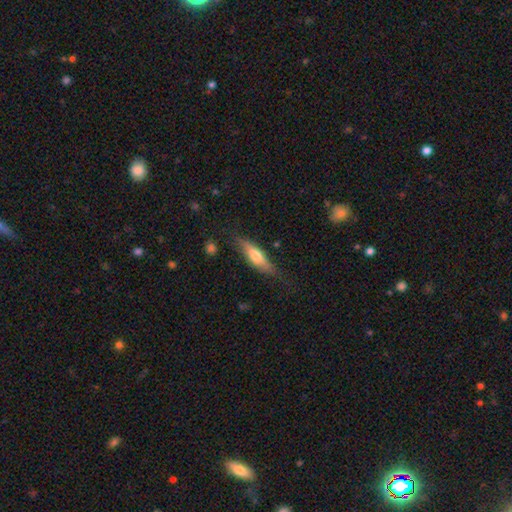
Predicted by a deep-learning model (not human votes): This is possibly a smooth galaxy (55%). How rounded: likely cigar-shaped (62%). Merging: likely none (70%).